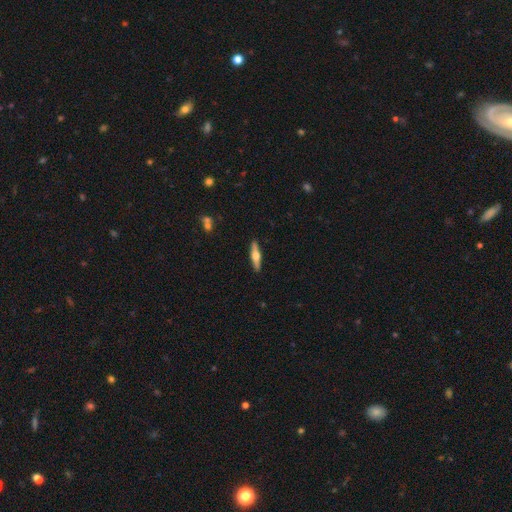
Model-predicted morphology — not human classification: This is possibly a featured or disk galaxy (57%). It is clearly viewed edge-on (95%). Edge-on bulge: clearly rounded (93%). Merging: clearly none (90%).